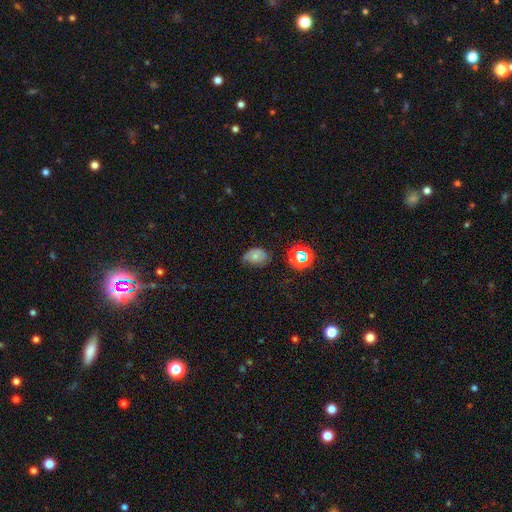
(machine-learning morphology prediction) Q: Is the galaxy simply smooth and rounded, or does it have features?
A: smooth — 62%.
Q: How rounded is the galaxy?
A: in between — 70%.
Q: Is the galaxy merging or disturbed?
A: none — 50%.